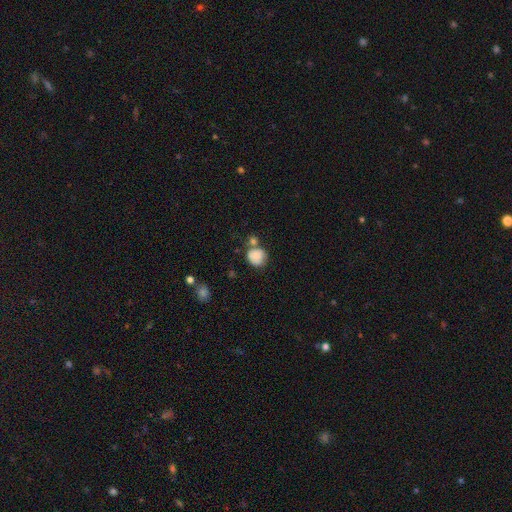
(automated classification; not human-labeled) smooth-or-featured: smooth: 81% | featured or disk: 11% | star or artifact: 9%
  how-rounded: round: 84% | in between: 15% | cigar-shaped: 1%
  merging: none: 54% | merger: 25% | minor disturbance: 16% | major disturbance: 5%